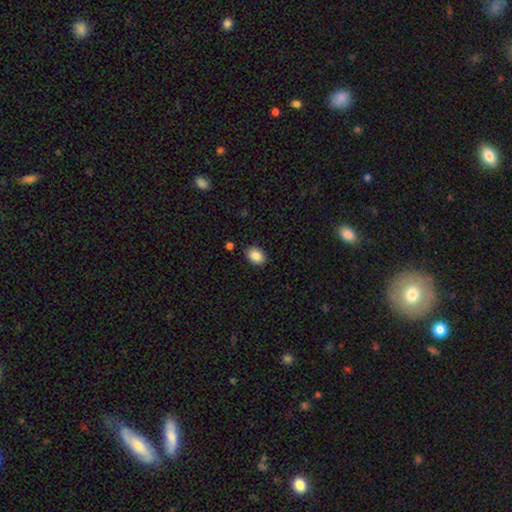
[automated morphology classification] Q: Smooth or featured?
A: smooth (87%); runner-up: star or artifact (8%)
Q: How rounded?
A: in between (75%); runner-up: round (24%)
Q: Merging?
A: none (86%); runner-up: minor disturbance (9%)